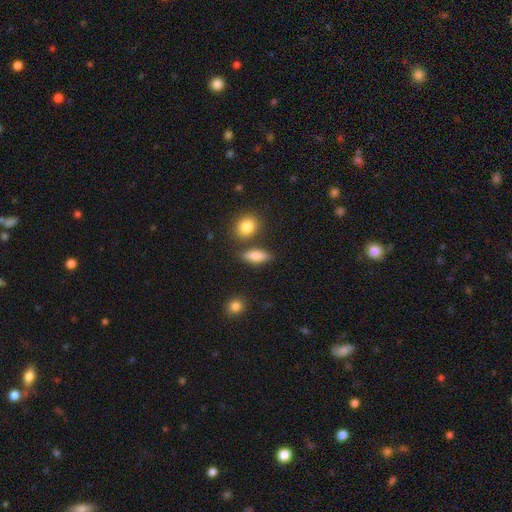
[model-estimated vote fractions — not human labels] Smooth or featured?
  - smooth: 80% *
  - featured or disk: 12%
  - star or artifact: 8%
How rounded?
  - in between: 69% *
  - cigar-shaped: 23%
  - round: 7%
Merging?
  - none: 75% *
  - minor disturbance: 12%
  - merger: 9%
  - major disturbance: 4%